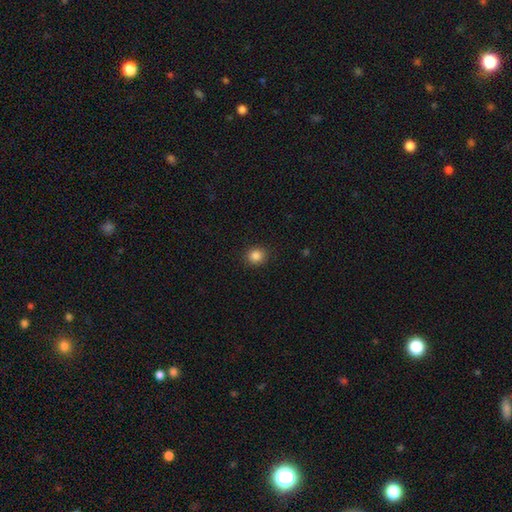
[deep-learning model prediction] The model was most divided on "how rounded": round: 82%, in between: 17%, cigar-shaped: 1%. More confident: merging — none (90%); smooth or featured — smooth (86%).